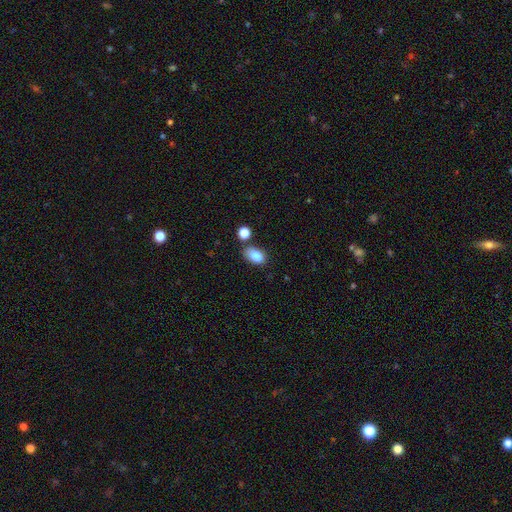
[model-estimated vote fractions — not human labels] Morphology: type=smooth (85%); roundness=in between (89%); merging=none (70%).